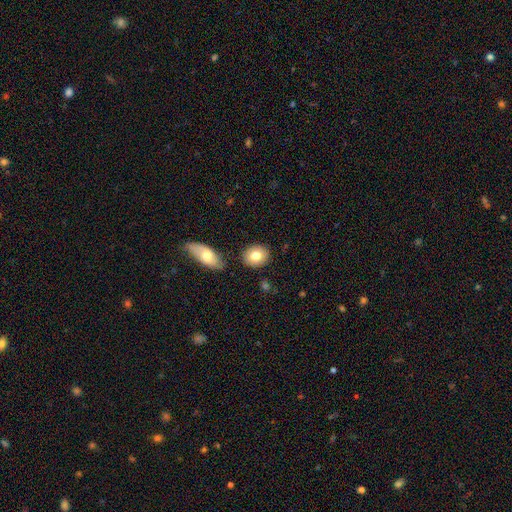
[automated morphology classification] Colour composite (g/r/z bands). It shows a smooth galaxy with no disk features (79%) that is round (55%). Merging: none (82%).